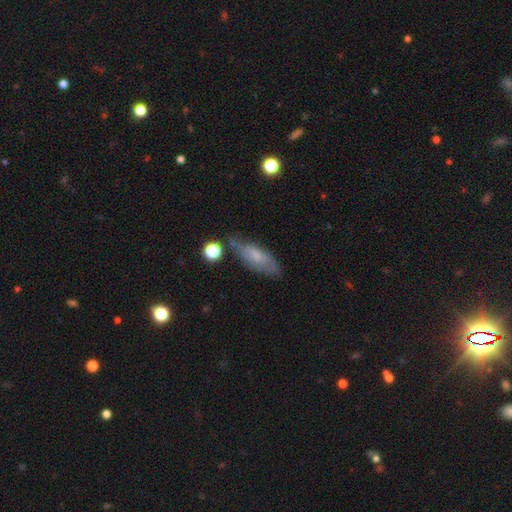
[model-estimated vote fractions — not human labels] Overall: smooth (55%; featured or disk 37%). How rounded: in between (70%). Merging: none (58%; minor disturbance 28%).